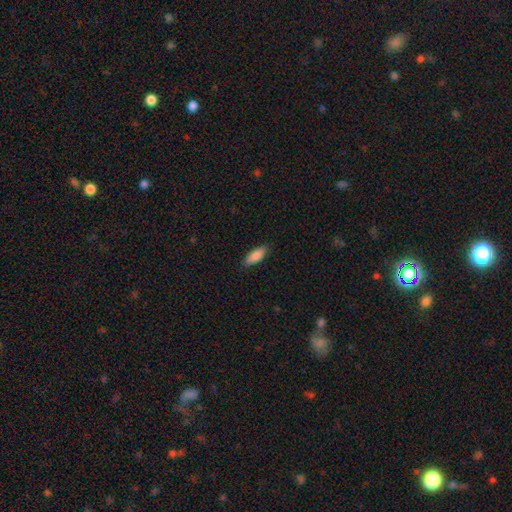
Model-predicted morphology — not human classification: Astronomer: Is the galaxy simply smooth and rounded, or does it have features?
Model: smooth — 86%.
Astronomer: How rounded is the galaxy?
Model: in between — 70%.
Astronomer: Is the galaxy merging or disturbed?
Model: none — 87%.